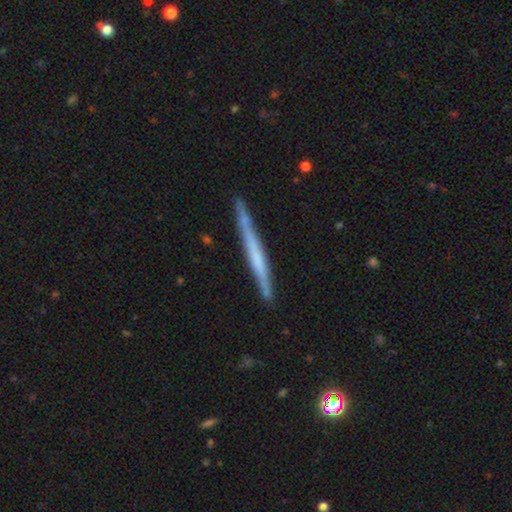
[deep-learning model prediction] A featured or disk galaxy (56%) viewed edge-on (97%) with no central bulge (75%).

Vote fractions:
- Smooth or featured? featured or disk: 56% / smooth: 38% / star or artifact: 5%
- Edge-on disk? yes: 97% / no: 3%
- Edge-on bulge? none: 75% / rounded: 13% / boxy: 12%
- Merging? none: 85% / minor disturbance: 11% / merger: 2% / major disturbance: 2%